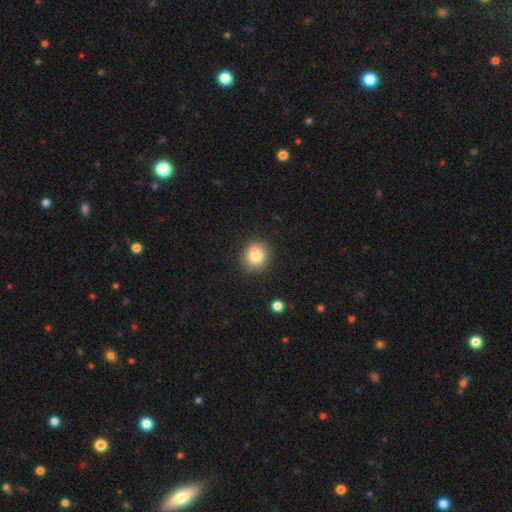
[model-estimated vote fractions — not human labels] smooth-or-featured: smooth: 80% | star or artifact: 11% | featured or disk: 9%
  how-rounded: round: 84% | in between: 15% | cigar-shaped: 1%
  merging: none: 83% | minor disturbance: 10% | merger: 5% | major disturbance: 2%